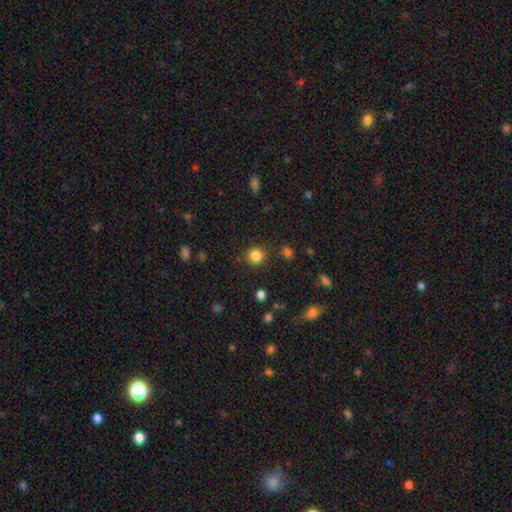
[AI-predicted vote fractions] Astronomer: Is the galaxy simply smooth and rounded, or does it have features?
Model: smooth — 83%.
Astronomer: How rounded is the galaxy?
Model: round — 91%.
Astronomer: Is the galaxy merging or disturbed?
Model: none — 88%.